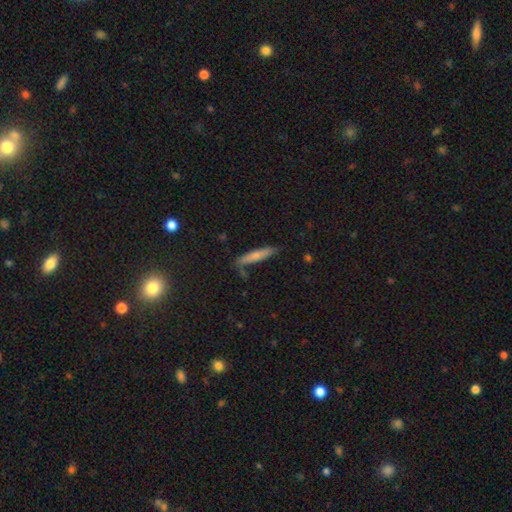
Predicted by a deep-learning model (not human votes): Q: Smooth or featured?
A: smooth (69%); runner-up: featured or disk (24%)
Q: How rounded?
A: cigar-shaped (87%); runner-up: in between (11%)
Q: Merging?
A: none (74%); runner-up: minor disturbance (18%)